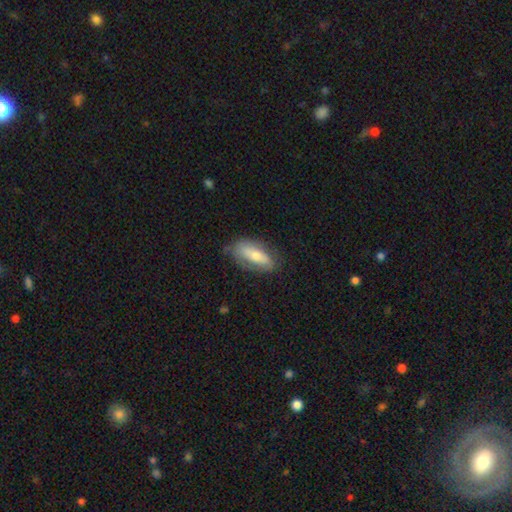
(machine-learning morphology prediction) Overall: smooth (60%; featured or disk 34%). How rounded: in between (76%). Merging: none (71%).